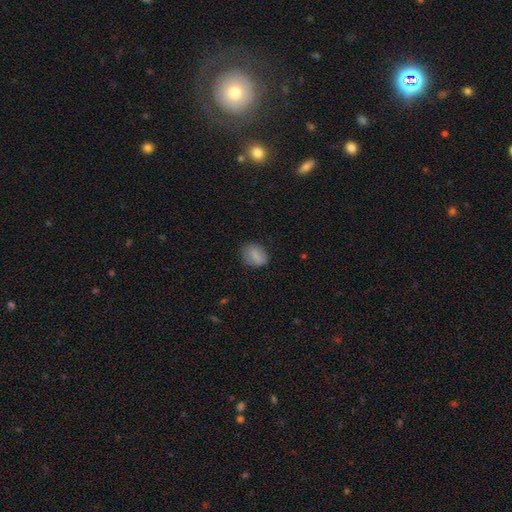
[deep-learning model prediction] This appears to be a smooth galaxy with no disk features (76%) that is in between round and cigar-shaped (58%). Merging: none (76%).